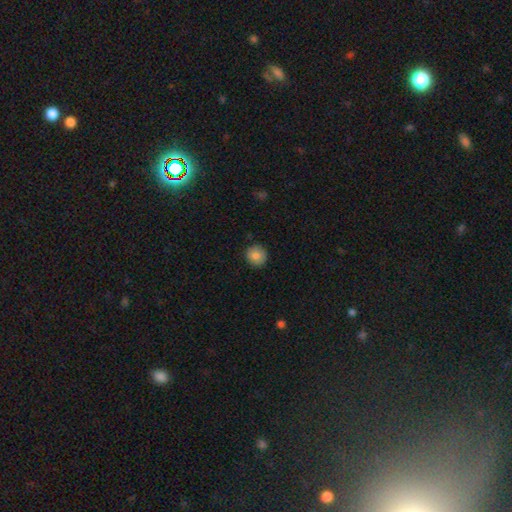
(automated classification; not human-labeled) Q: Smooth or featured?
A: smooth (78%); runner-up: featured or disk (14%)
Q: How rounded?
A: round (93%); runner-up: in between (7%)
Q: Merging?
A: none (87%); runner-up: minor disturbance (10%)